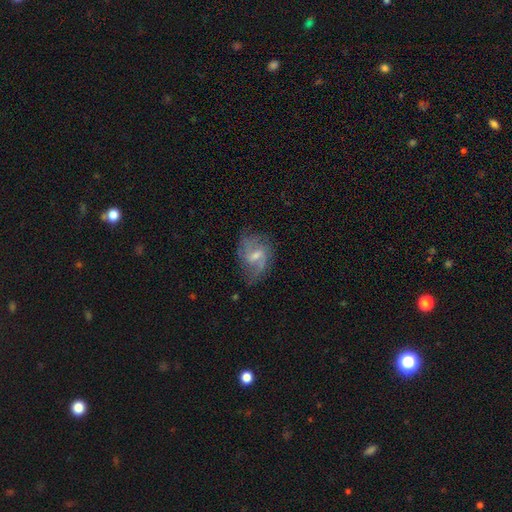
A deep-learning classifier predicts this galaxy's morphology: Overall: featured or disk (73%). Edge-on disk: no (96%). Bar: weak (58%; no 25%). Spiral arms: yes (89%). Spiral arm count: 2 (62%). Spiral winding: loose (43%; medium 41%). Bulge size: small (48%; moderate 40%). Merging: none (60%; minor disturbance 24%).